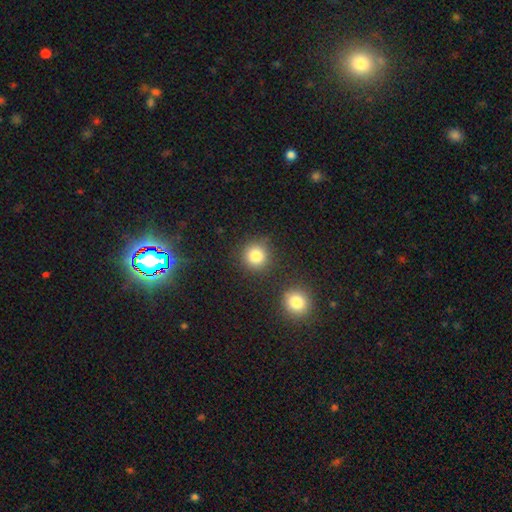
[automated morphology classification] Smooth or featured?
  - smooth: 83% *
  - star or artifact: 11%
  - featured or disk: 6%
How rounded?
  - round: 93% *
  - in between: 6%
  - cigar-shaped: 1%
Merging?
  - none: 84% *
  - minor disturbance: 7%
  - merger: 6%
  - major disturbance: 3%